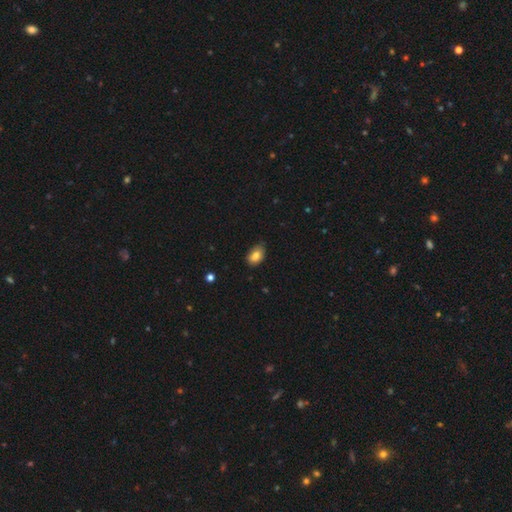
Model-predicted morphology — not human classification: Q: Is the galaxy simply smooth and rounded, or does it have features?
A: smooth — 82%.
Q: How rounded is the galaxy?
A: in between — 88%.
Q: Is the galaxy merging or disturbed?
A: none — 68%.